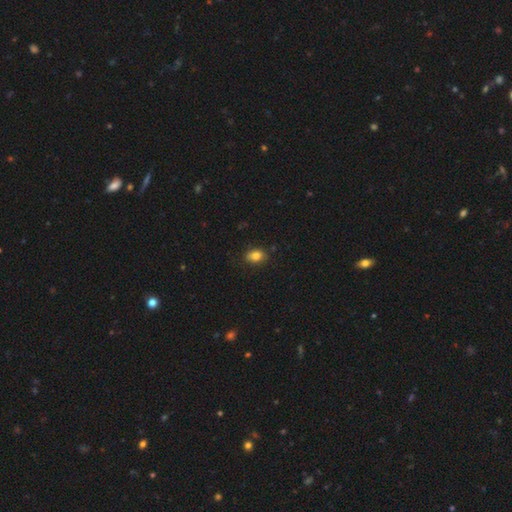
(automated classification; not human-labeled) Q: Smooth or featured?
A: smooth (83%); runner-up: star or artifact (10%)
Q: How rounded?
A: in between (72%); runner-up: round (27%)
Q: Merging?
A: none (84%); runner-up: minor disturbance (12%)